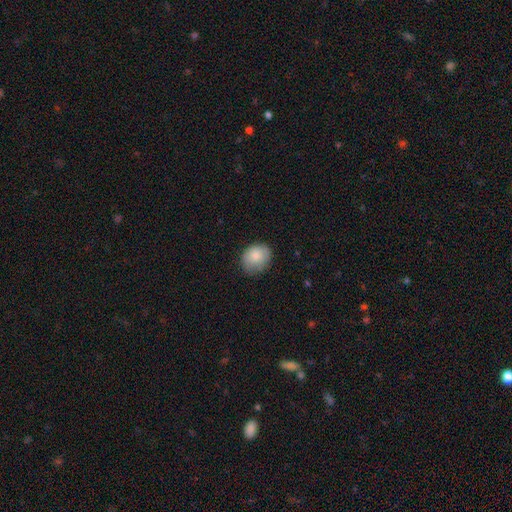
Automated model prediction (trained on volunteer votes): Smooth or featured? smooth (83%)
How rounded? round (54%)
Merging? none (74%)